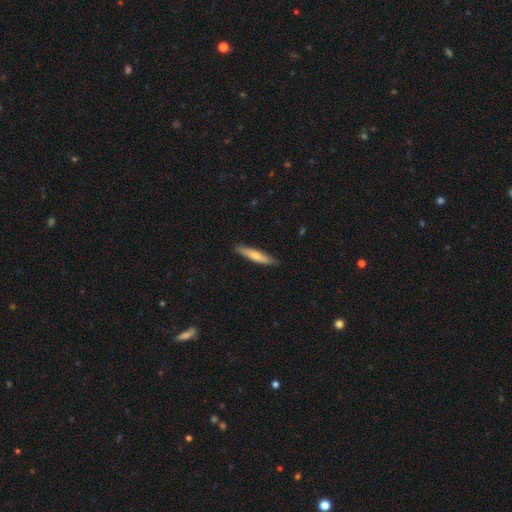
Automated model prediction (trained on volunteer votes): Smooth or featured: smooth — 61% (featured or disk — 33%)
How rounded: cigar-shaped — 88% (in between — 11%)
Merging: none — 89% (minor disturbance — 9%)